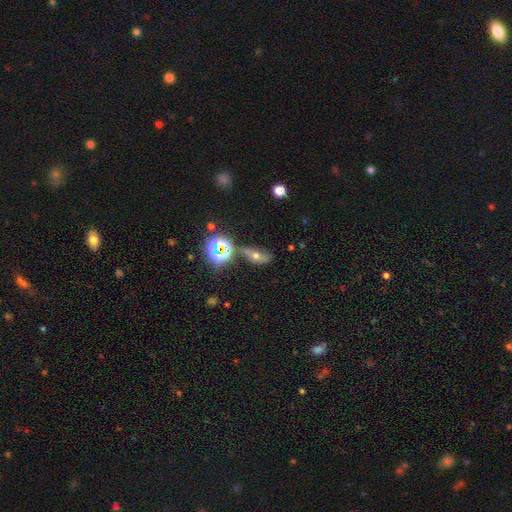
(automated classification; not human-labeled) Morphology: type=smooth (36%); merging=none (63%).